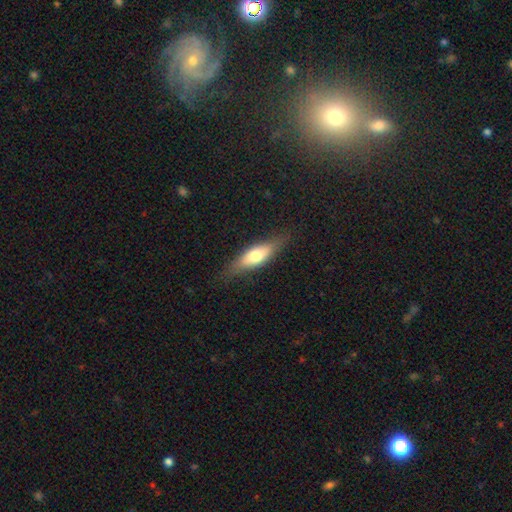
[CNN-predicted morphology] A smooth galaxy with no disk features (59%) that is in between round and cigar-shaped (53%).

Vote fractions:
- Smooth or featured? smooth: 59% / featured or disk: 35% / star or artifact: 6%
- How rounded? in between: 53% / cigar-shaped: 45% / round: 3%
- Merging? none: 80% / minor disturbance: 15% / major disturbance: 4% / merger: 1%